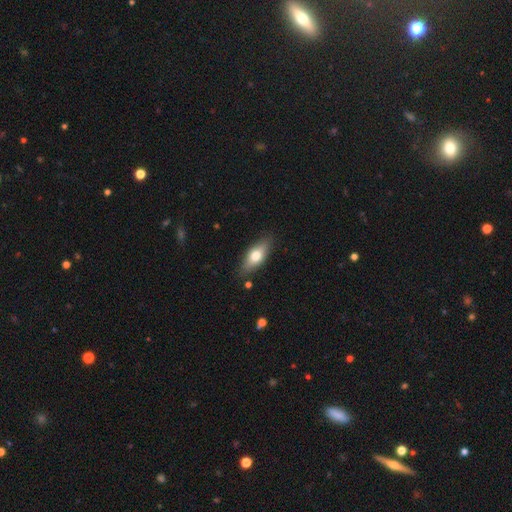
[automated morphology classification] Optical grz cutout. It shows a smooth galaxy with no disk features (65%) that is in between round and cigar-shaped (74%). Merging: none (85%).